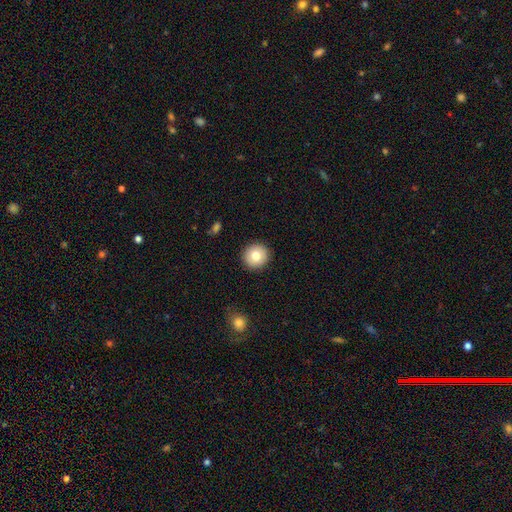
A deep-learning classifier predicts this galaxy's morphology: The model was most divided on "smooth or featured": smooth: 78%, featured or disk: 13%, star or artifact: 9%. More confident: how rounded — round (93%); merging — none (92%).